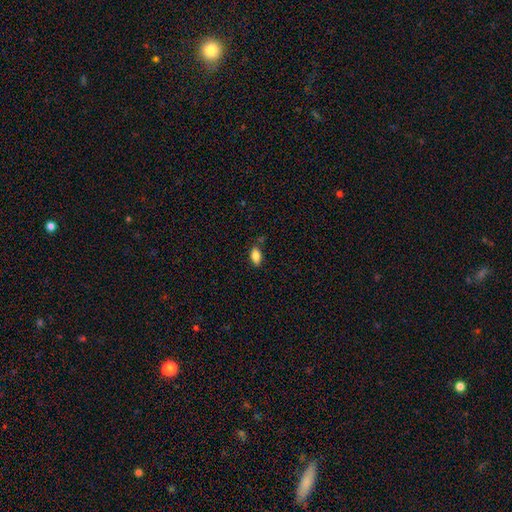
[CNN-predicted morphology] smooth 84%, star or artifact 8%, featured or disk 8%. Down the decision tree: how rounded — in between (90%); merging — none (78%).